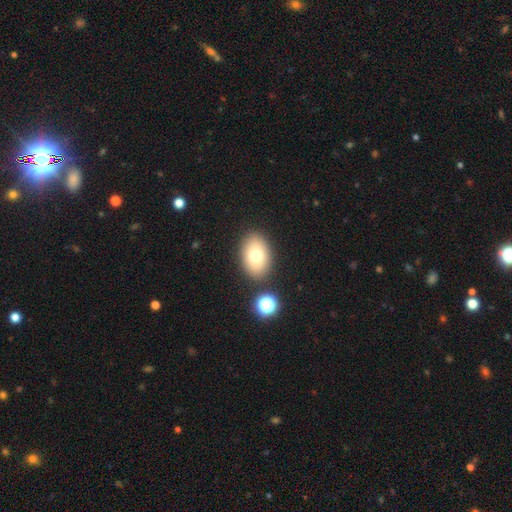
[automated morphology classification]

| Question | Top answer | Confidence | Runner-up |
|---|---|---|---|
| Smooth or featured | smooth | 75% | featured or disk (15%) |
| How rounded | in between | 83% | round (16%) |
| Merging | none | 84% | minor disturbance (8%) |